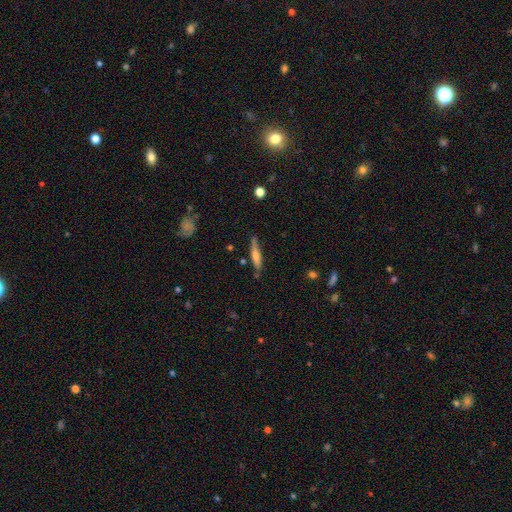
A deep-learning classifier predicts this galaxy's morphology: smooth 50%, featured or disk 43%, star or artifact 7%. Down the decision tree: how rounded — cigar-shaped (88%); merging — none (77%).